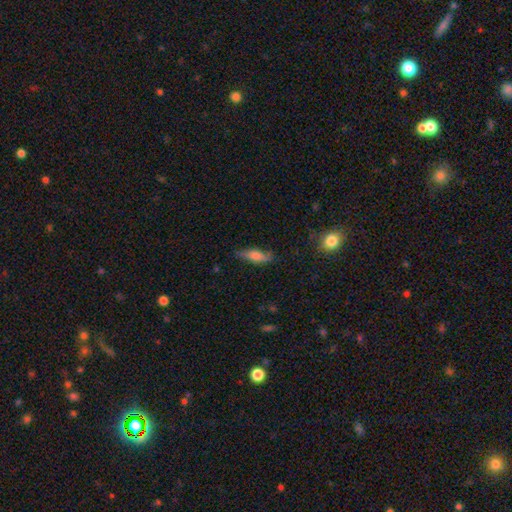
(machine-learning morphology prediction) type=smooth (65%); roundness=cigar-shaped (52%); merging=none (73%).